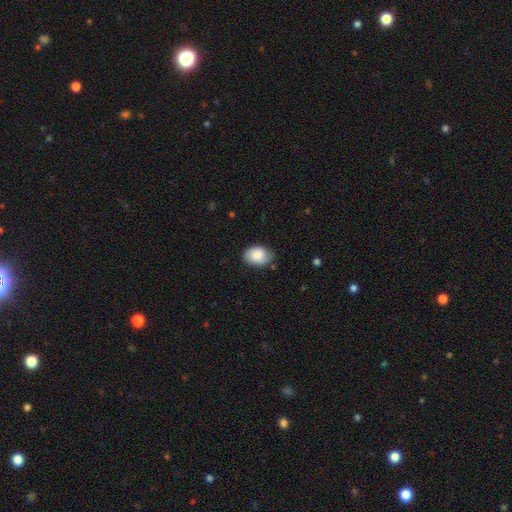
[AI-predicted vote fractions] Q: Smooth or featured?
A: smooth (82%); runner-up: featured or disk (12%)
Q: How rounded?
A: in between (80%); runner-up: round (19%)
Q: Merging?
A: none (74%); runner-up: minor disturbance (21%)